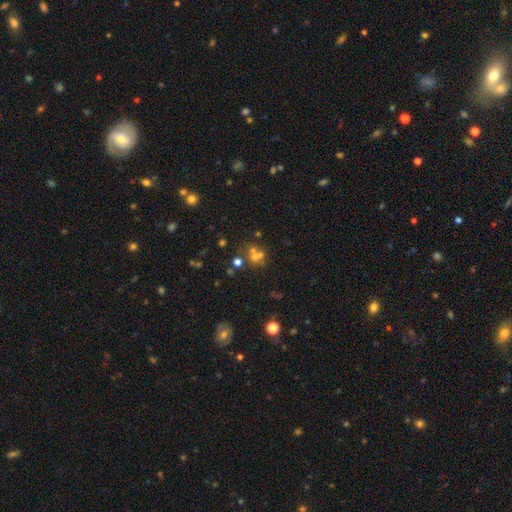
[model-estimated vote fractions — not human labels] A smooth galaxy with no disk features (47%). Merging: none (44%).